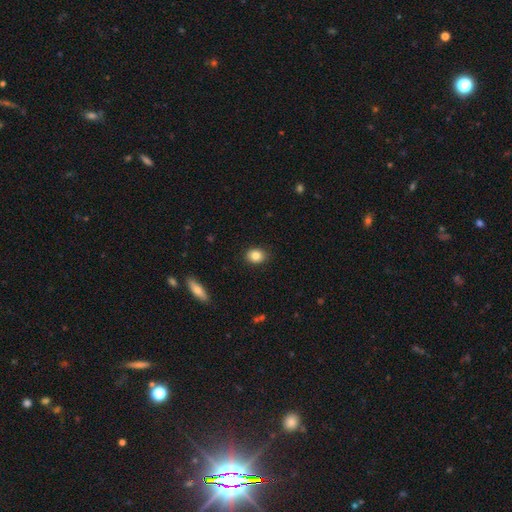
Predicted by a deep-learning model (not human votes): Smooth or featured?
  - smooth: 84% *
  - star or artifact: 9%
  - featured or disk: 7%
How rounded?
  - round: 51% *
  - in between: 48%
  - cigar-shaped: 1%
Merging?
  - none: 89% *
  - minor disturbance: 8%
  - major disturbance: 2%
  - merger: 1%